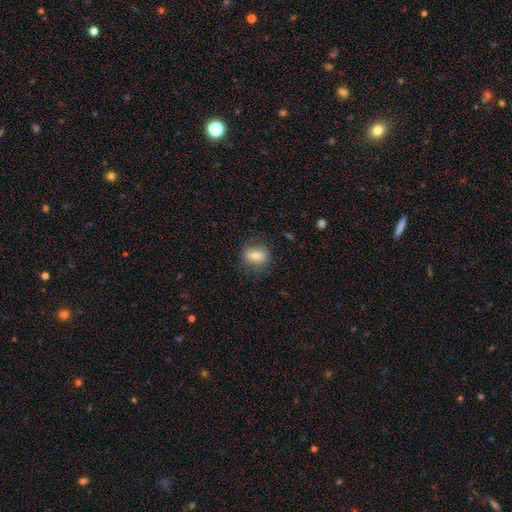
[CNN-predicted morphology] This is likely a smooth galaxy (75%). How rounded: possibly round (52%). Merging: likely none (77%).